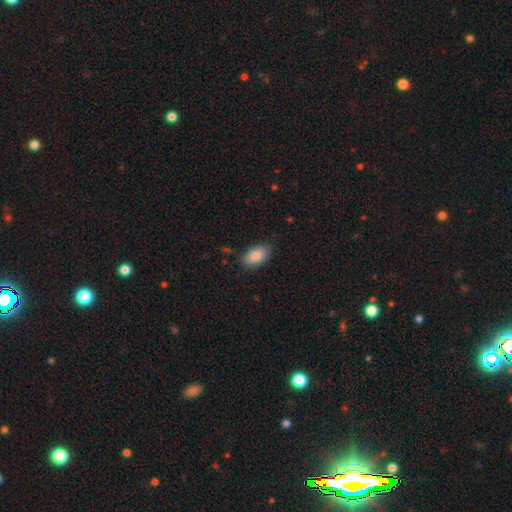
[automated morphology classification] This is clearly a smooth galaxy (87%). How rounded: clearly in between (93%). Merging: likely none (80%).